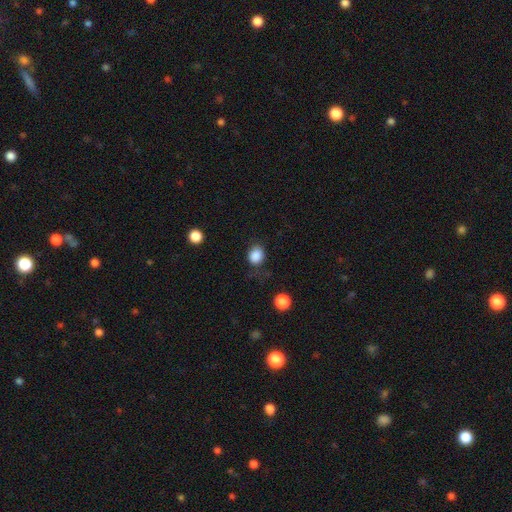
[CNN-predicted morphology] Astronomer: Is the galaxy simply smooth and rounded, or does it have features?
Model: smooth — 87%.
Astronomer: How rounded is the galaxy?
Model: round — 62% (runner-up: in between, 37%).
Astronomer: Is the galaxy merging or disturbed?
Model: none — 72%.